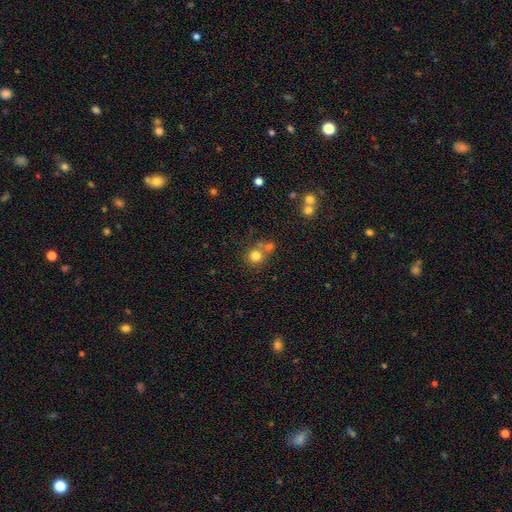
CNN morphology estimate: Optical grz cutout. It shows a smooth galaxy with no disk features (77%) that is round (88%). Merging: none (56%).